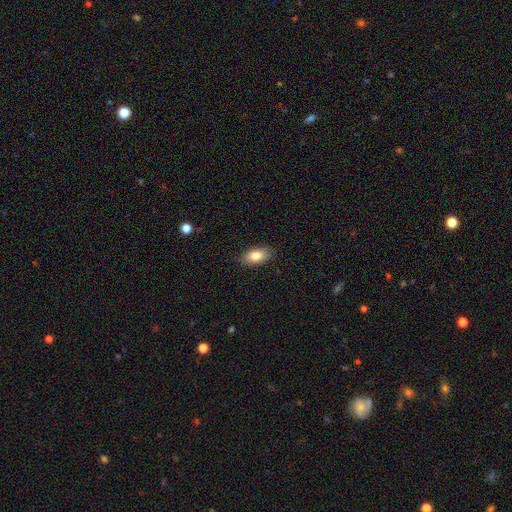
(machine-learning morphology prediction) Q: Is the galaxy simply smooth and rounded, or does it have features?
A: smooth — 81%.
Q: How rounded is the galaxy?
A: in between — 90%.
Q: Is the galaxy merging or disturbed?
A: none — 86%.